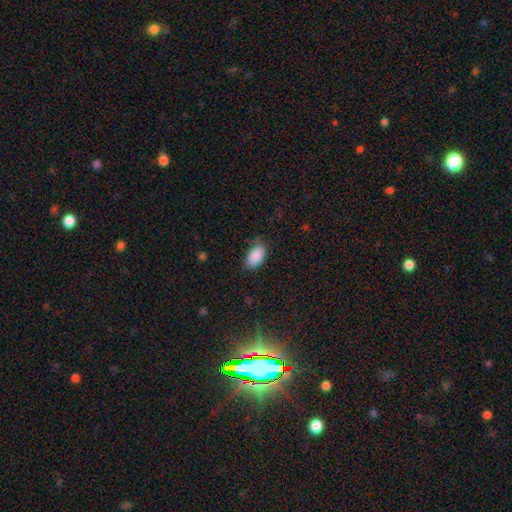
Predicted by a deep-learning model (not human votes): Smooth or featured? smooth (88%)
How rounded? in between (94%)
Merging? none (74%)